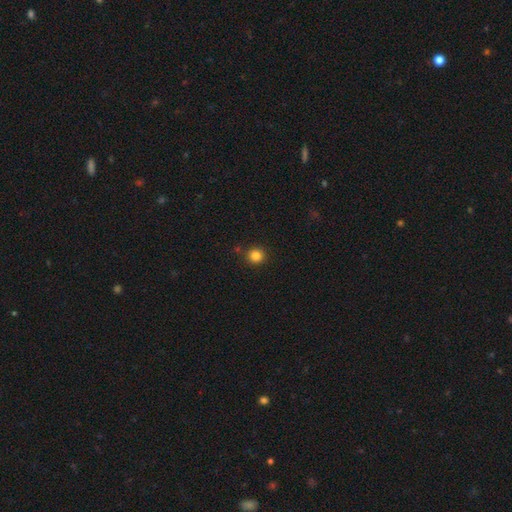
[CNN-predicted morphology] A smooth galaxy with no disk features (84%) that is round (93%). Merging: none (88%).